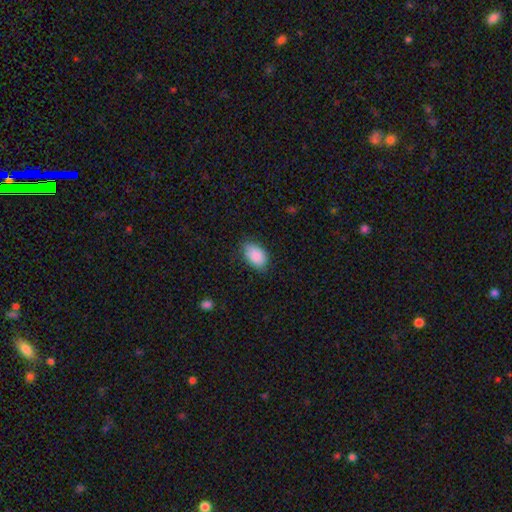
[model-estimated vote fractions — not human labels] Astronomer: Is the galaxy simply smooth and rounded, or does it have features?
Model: smooth — 89%.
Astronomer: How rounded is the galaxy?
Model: in between — 90%.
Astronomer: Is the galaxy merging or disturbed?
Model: none — 71%.